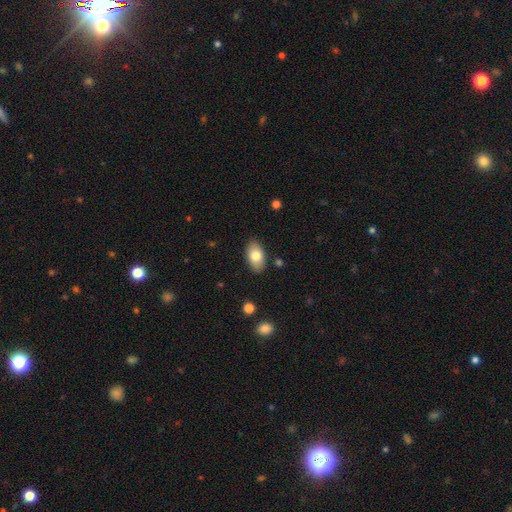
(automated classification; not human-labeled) Overall: smooth (77%). How rounded: in between (93%). Merging: none (87%).